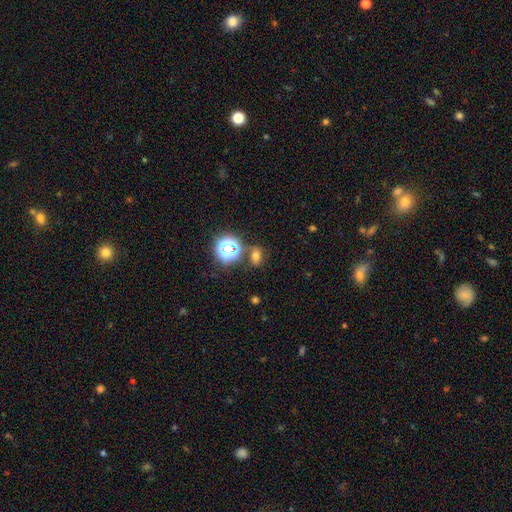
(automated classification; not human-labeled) smooth-or-featured: smooth: 58% | star or artifact: 31% | featured or disk: 11%
  how-rounded: in between: 62% | round: 35% | cigar-shaped: 2%
  merging: none: 72% | minor disturbance: 13% | merger: 11% | major disturbance: 5%